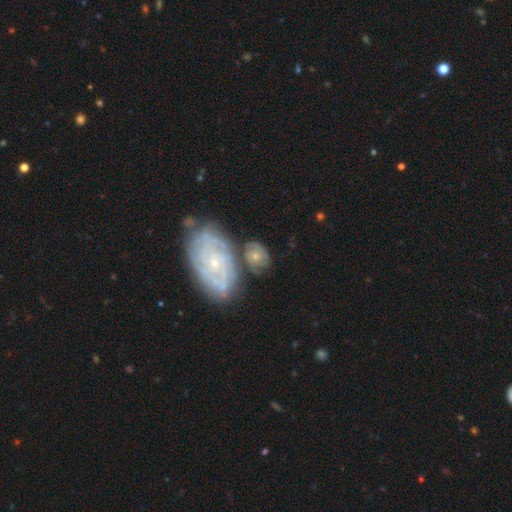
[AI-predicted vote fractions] This is likely a featured or disk galaxy (64%). It is clearly not viewed edge-on (96%). Bar: likely no (76%). Spiral arm pattern: clearly yes (87%). Spiral arm count: marginally can't tell (36%). Spiral winding: likely tight (66%). Central bulge: likely small (68%). Merging: possibly none (56%).